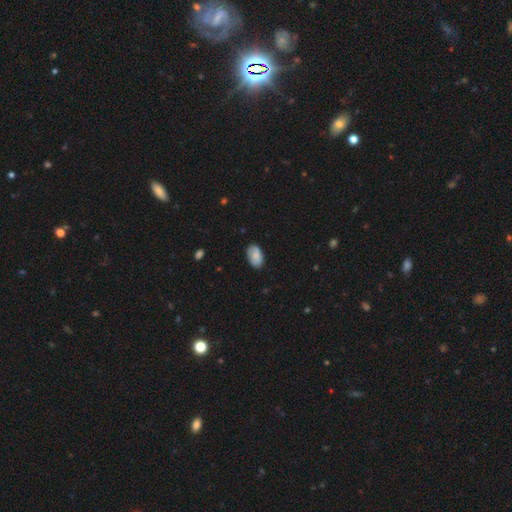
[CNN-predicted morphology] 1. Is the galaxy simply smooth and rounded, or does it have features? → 77% smooth, 15% featured or disk, 7% star or artifact.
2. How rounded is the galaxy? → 94% in between, 5% round, 1% cigar-shaped.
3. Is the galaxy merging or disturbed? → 82% none, 15% minor disturbance, 3% major disturbance, 1% merger.